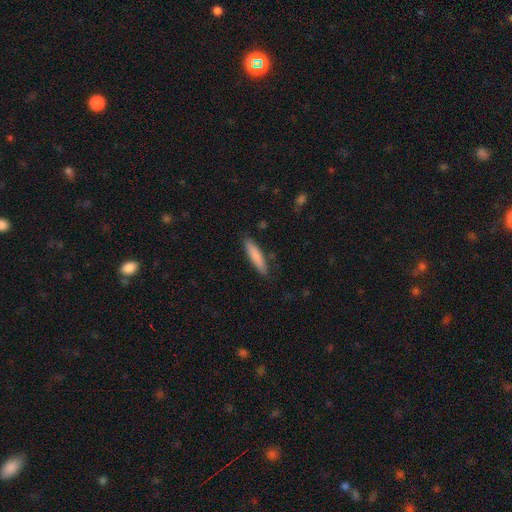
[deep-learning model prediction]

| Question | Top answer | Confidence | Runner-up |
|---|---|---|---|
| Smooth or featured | smooth | 82% | featured or disk (12%) |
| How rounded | cigar-shaped | 85% | in between (13%) |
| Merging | none | 86% | minor disturbance (10%) |